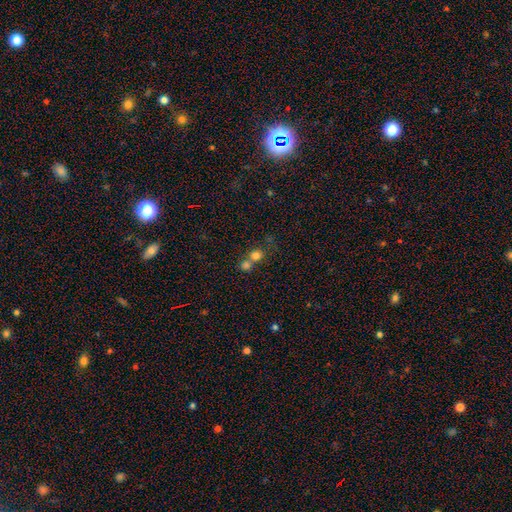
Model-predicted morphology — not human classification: Smooth or featured? smooth (76%)
How rounded? round (83%)
Merging? merger (52%)